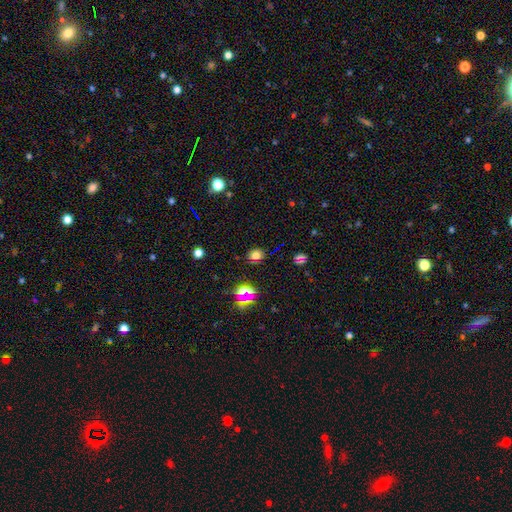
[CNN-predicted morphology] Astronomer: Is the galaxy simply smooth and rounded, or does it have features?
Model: smooth — 67%.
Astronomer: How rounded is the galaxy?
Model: round — 64%.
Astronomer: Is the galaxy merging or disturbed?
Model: none — 84%.